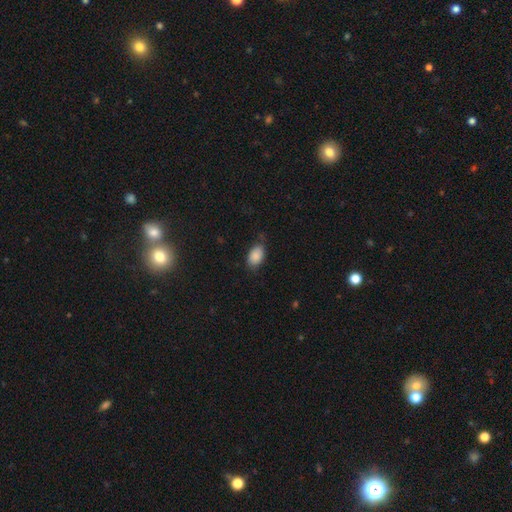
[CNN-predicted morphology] Smooth or featured?
  - smooth: 87% *
  - star or artifact: 7%
  - featured or disk: 5%
How rounded?
  - in between: 91% *
  - round: 7%
  - cigar-shaped: 1%
Merging?
  - none: 72% *
  - minor disturbance: 22%
  - major disturbance: 5%
  - merger: 2%